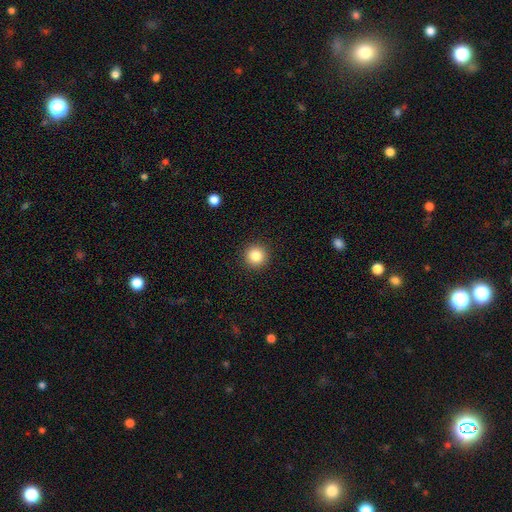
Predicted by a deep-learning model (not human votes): Q: Smooth or featured?
A: smooth (84%); runner-up: star or artifact (11%)
Q: How rounded?
A: round (96%); runner-up: in between (3%)
Q: Merging?
A: none (93%); runner-up: minor disturbance (4%)